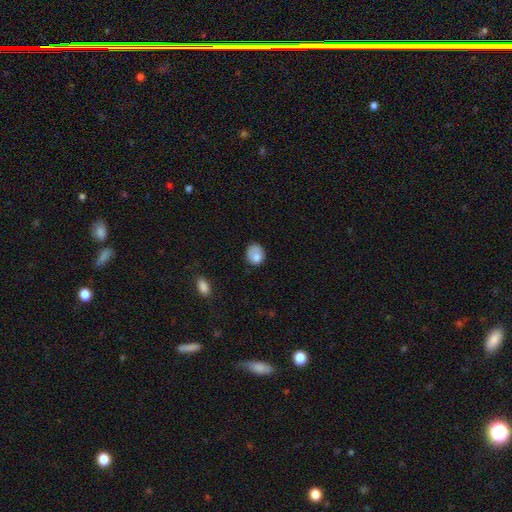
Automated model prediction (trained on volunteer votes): Smooth or featured: smooth — 78% (featured or disk — 13%)
How rounded: round — 56% (in between — 43%)
Merging: none — 50% (minor disturbance — 31%)